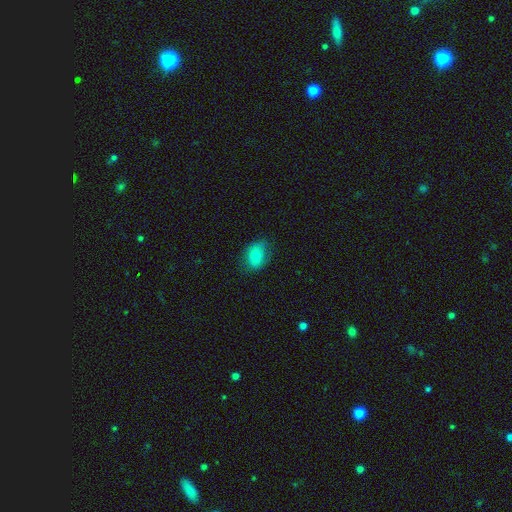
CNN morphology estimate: This appears to be a smooth galaxy with no disk features (77%) that is in between round and cigar-shaped (70%). Merging: none (77%).